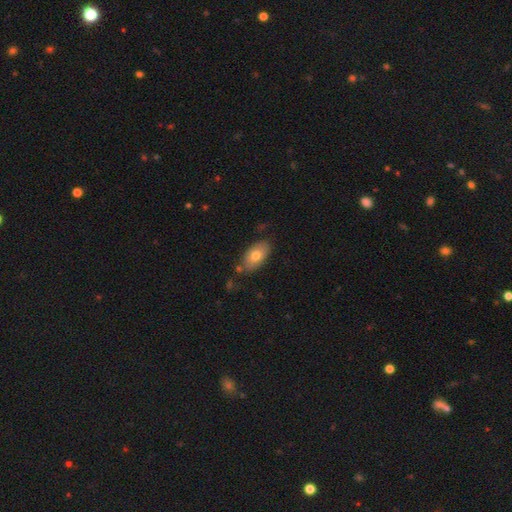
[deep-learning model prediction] A smooth galaxy with no disk features (71%) that is in between round and cigar-shaped (92%). Merging: none (74%).